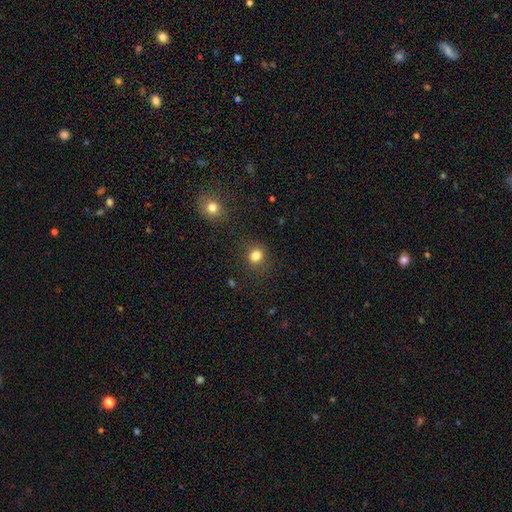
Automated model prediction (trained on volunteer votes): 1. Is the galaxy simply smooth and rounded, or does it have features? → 81% smooth, 14% star or artifact, 5% featured or disk.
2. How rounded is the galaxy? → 72% round, 27% in between, 1% cigar-shaped.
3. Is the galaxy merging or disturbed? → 84% none, 10% minor disturbance, 4% major disturbance, 2% merger.